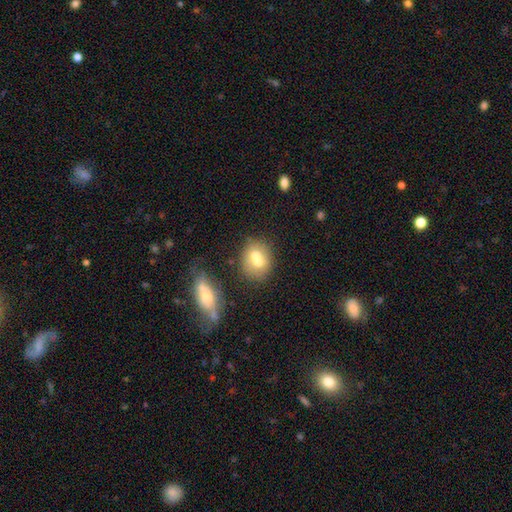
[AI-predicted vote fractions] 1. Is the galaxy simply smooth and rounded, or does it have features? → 65% smooth, 26% featured or disk, 9% star or artifact.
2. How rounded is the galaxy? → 62% round, 37% in between, 1% cigar-shaped.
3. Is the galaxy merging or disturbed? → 57% merger, 32% none, 8% minor disturbance, 3% major disturbance.